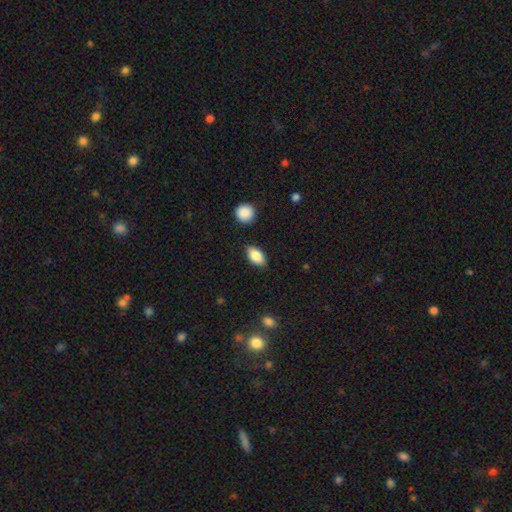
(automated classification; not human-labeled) A smooth galaxy with no disk features (85%) that is in between round and cigar-shaped (90%).

Vote fractions:
- Smooth or featured? smooth: 85% / featured or disk: 8% / star or artifact: 7%
- How rounded? in between: 90% / round: 5% / cigar-shaped: 5%
- Merging? none: 85% / minor disturbance: 10% / major disturbance: 2% / merger: 2%